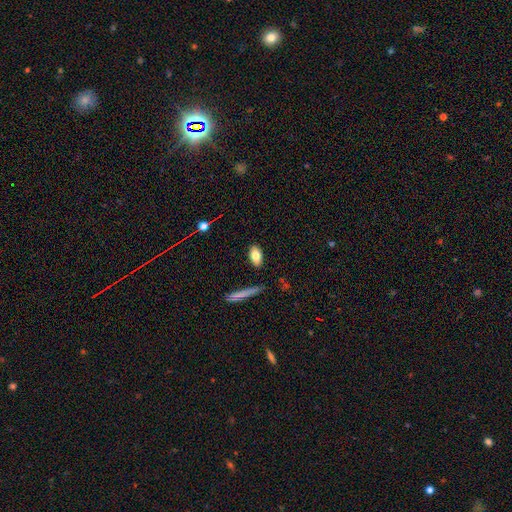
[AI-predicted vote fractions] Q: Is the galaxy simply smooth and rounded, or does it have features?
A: smooth — 80%.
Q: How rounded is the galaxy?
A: in between — 88%.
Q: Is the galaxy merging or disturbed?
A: none — 86%.